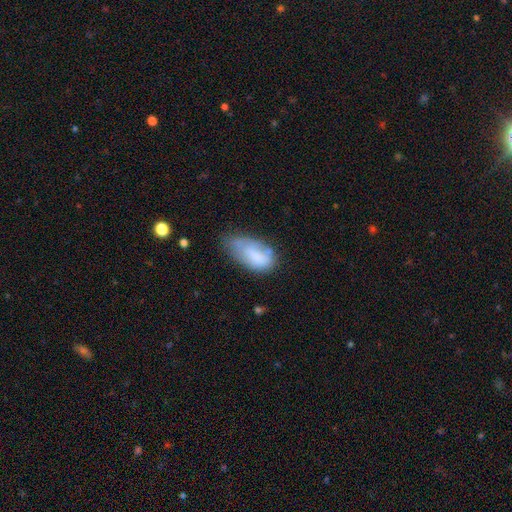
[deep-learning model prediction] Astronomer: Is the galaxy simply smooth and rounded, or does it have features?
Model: smooth — 73%.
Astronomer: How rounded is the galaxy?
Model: in between — 93%.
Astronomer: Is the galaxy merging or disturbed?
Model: minor disturbance — 40% (runner-up: none, 33%).